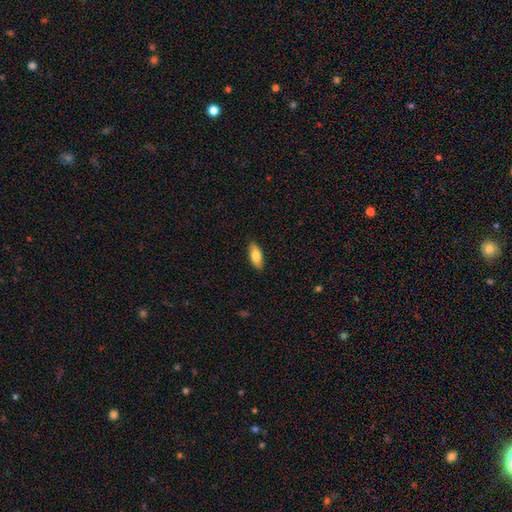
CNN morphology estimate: smooth-or-featured: smooth: 81% | featured or disk: 13% | star or artifact: 6%
  how-rounded: in between: 80% | cigar-shaped: 18% | round: 2%
  merging: none: 88% | minor disturbance: 9% | major disturbance: 2% | merger: 1%